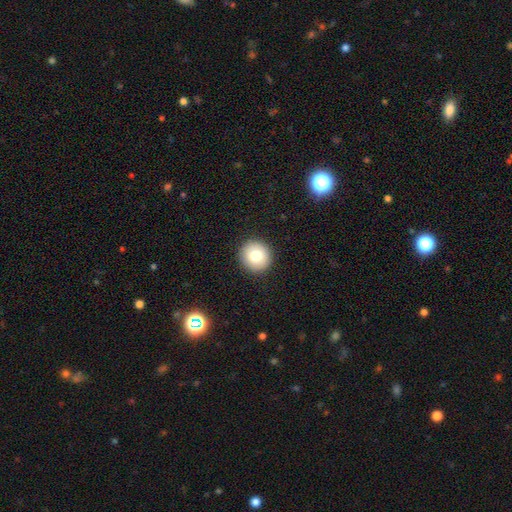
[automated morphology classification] Overall: smooth (78%). How rounded: round (92%). Merging: none (92%).